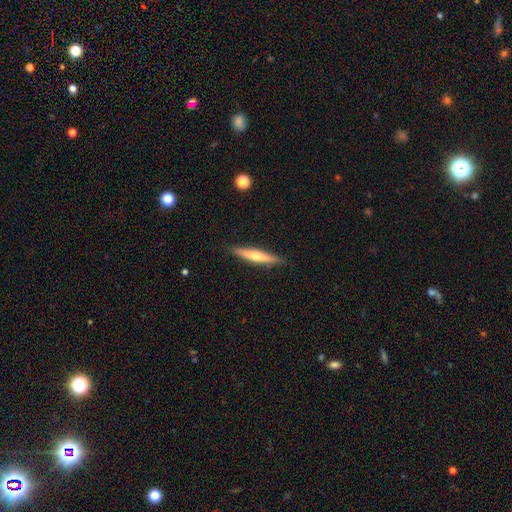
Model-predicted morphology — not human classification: This is possibly a featured or disk galaxy (50%). Merging: clearly none (89%).